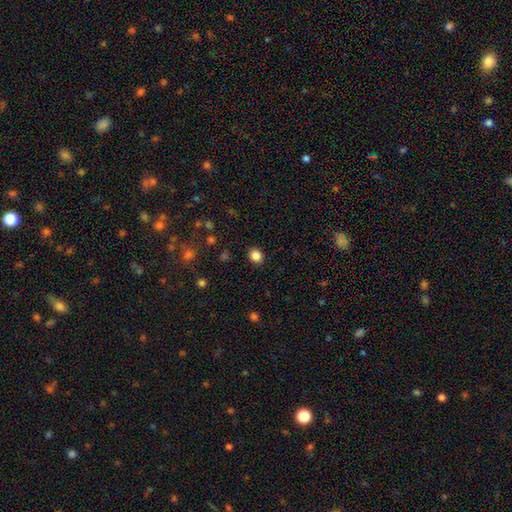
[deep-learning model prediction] smooth 85%, star or artifact 11%, featured or disk 4%. Down the decision tree: how rounded — round (58%); merging — none (89%).